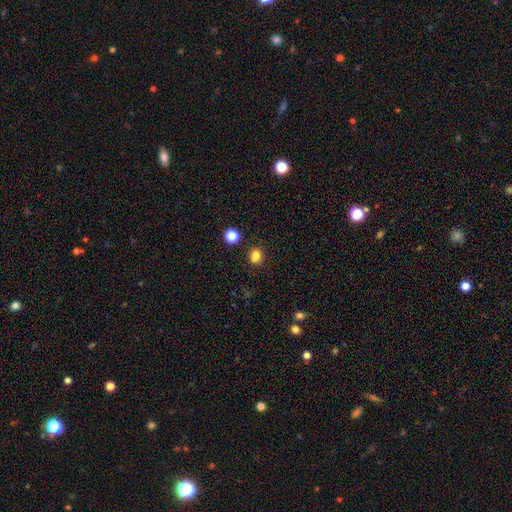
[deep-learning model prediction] Q: Smooth or featured?
A: smooth (80%); runner-up: star or artifact (14%)
Q: How rounded?
A: round (58%); runner-up: in between (41%)
Q: Merging?
A: none (68%); runner-up: merger (15%)